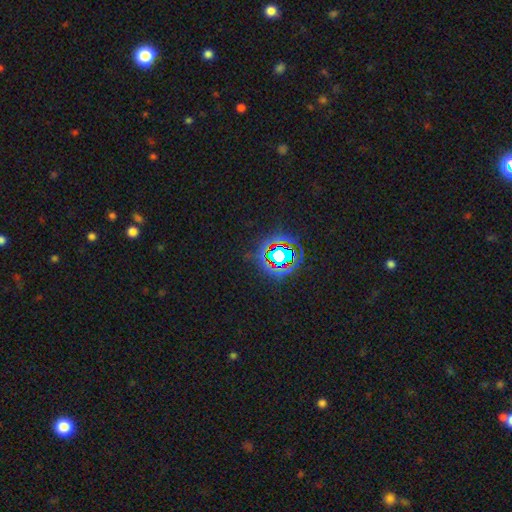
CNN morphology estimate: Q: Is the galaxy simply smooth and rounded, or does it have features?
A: star or artifact — 79%.